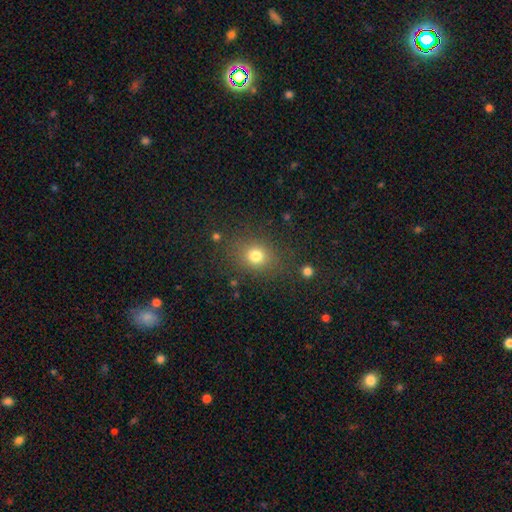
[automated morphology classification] Smooth or featured: smooth — 78% (star or artifact — 15%)
How rounded: round — 66% (in between — 33%)
Merging: none — 82% (minor disturbance — 11%)